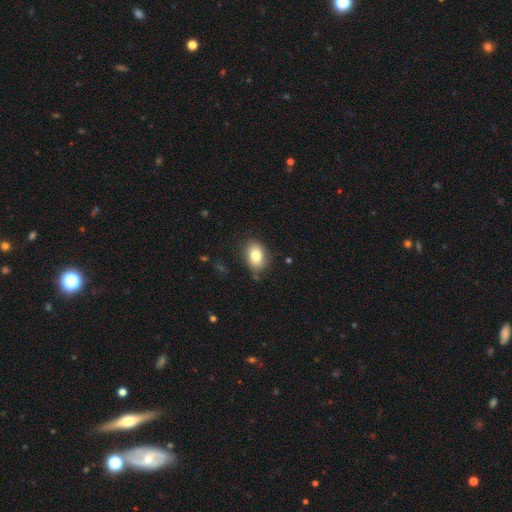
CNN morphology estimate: type=smooth (81%); roundness=in between (79%); merging=none (77%).